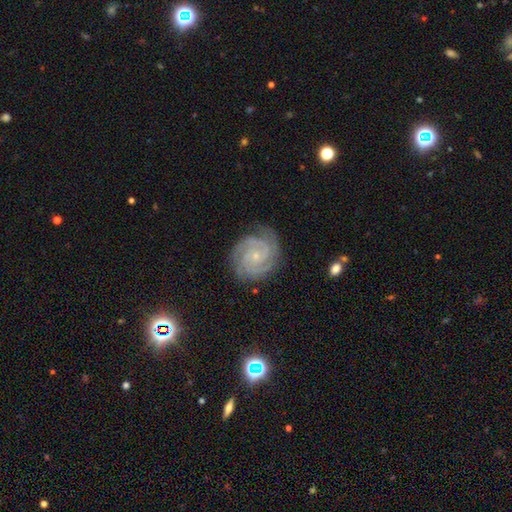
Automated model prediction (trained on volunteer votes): The model was most divided on "spiral arm count": 3: 38%, 2: 24%, 4: 16%, can't tell: 11%, more than 4: 6%, 1: 6%. More confident: spiral arms — yes (98%); edge-on disk — no (98%); smooth or featured — featured or disk (90%); bulge size — small (82%); merging — none (81%); spiral winding — tight (76%); bar — no (74%).